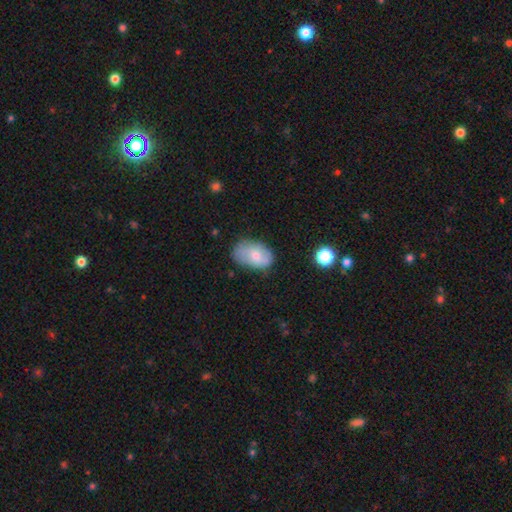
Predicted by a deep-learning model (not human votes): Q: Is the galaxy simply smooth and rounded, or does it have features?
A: smooth — 66%.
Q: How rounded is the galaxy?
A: in between — 88%.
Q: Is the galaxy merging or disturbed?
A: none — 67%.